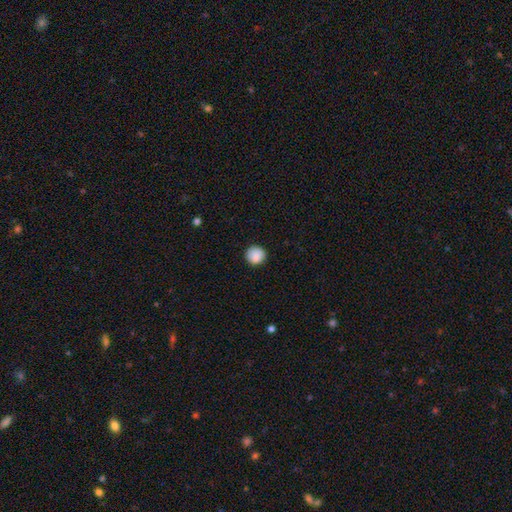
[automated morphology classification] smooth 88%, star or artifact 8%, featured or disk 4%. Down the decision tree: how rounded — round (92%); merging — none (88%).